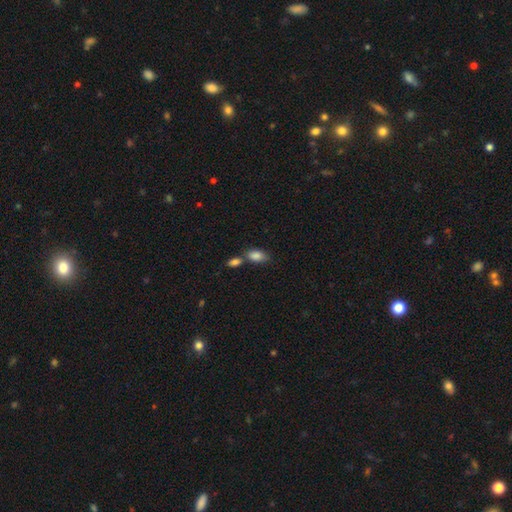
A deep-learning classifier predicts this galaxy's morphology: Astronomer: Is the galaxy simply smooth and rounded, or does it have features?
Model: smooth — 85%.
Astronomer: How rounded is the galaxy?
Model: in between — 90%.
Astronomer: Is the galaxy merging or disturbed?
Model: none — 44% (runner-up: merger, 41%).